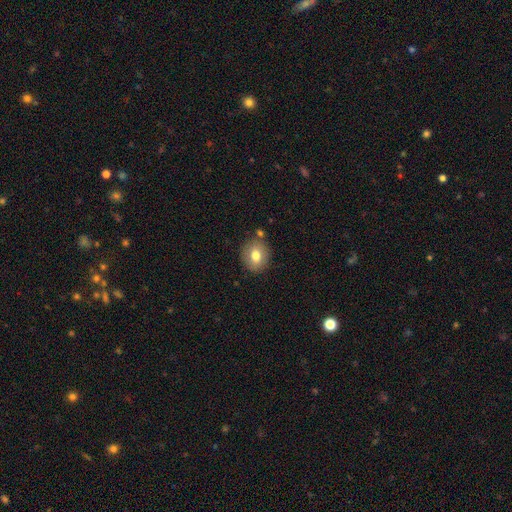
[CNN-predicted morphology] Smooth or featured?
  - smooth: 75% *
  - featured or disk: 16%
  - star or artifact: 9%
How rounded?
  - round: 65% *
  - in between: 34%
  - cigar-shaped: 1%
Merging?
  - none: 80% *
  - minor disturbance: 12%
  - merger: 5%
  - major disturbance: 3%